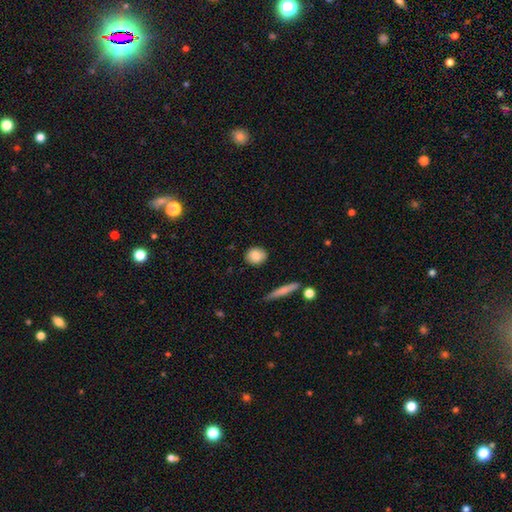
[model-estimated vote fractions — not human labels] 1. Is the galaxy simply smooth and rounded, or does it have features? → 85% smooth, 8% featured or disk, 7% star or artifact.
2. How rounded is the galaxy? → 69% round, 28% in between, 3% cigar-shaped.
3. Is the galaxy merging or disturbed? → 86% none, 10% minor disturbance, 2% major disturbance, 2% merger.